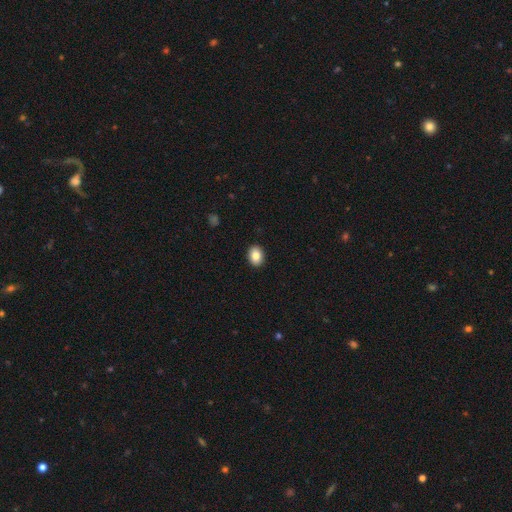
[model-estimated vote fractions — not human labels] Morphology: type=smooth (85%); roundness=in between (64%); merging=none (92%).